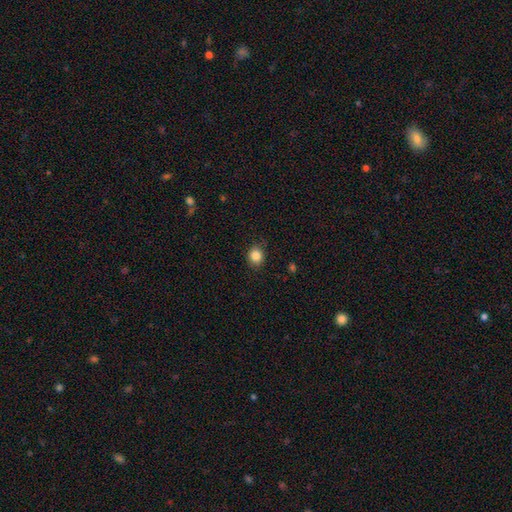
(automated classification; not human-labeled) Q: Smooth or featured?
A: smooth (85%); runner-up: star or artifact (10%)
Q: How rounded?
A: round (76%); runner-up: in between (23%)
Q: Merging?
A: none (87%); runner-up: minor disturbance (10%)